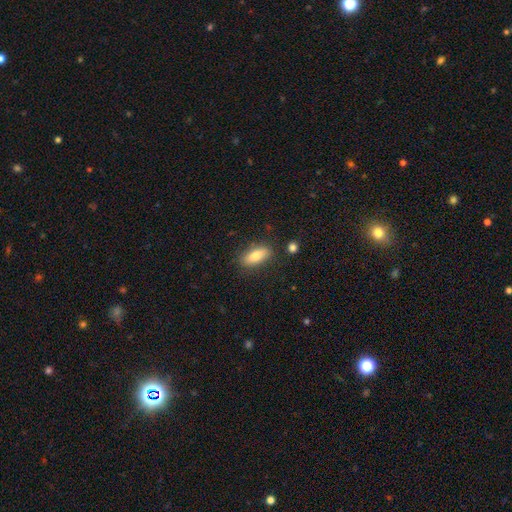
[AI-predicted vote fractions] Q: Smooth or featured?
A: smooth (78%); runner-up: featured or disk (15%)
Q: How rounded?
A: in between (76%); runner-up: cigar-shaped (21%)
Q: Merging?
A: none (84%); runner-up: minor disturbance (11%)